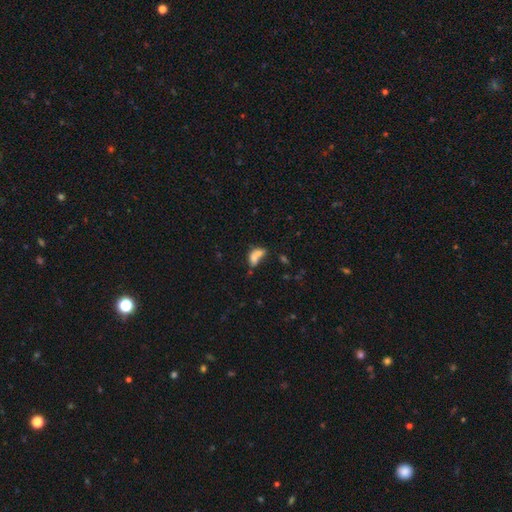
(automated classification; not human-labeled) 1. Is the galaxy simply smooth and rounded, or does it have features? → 68% smooth, 19% featured or disk, 13% star or artifact.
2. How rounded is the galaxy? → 80% in between, 12% round, 8% cigar-shaped.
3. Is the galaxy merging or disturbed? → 53% merger, 21% none, 14% major disturbance, 12% minor disturbance.